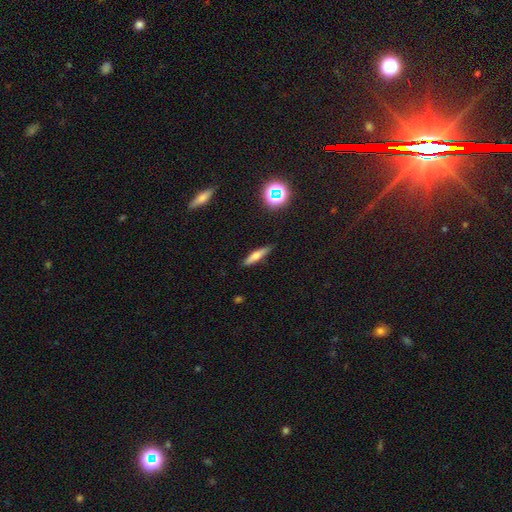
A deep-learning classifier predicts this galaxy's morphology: smooth-or-featured: smooth: 57% | featured or disk: 33% | star or artifact: 10%
  how-rounded: cigar-shaped: 76% | in between: 21% | round: 3%
  merging: none: 84% | minor disturbance: 12% | major disturbance: 2% | merger: 2%